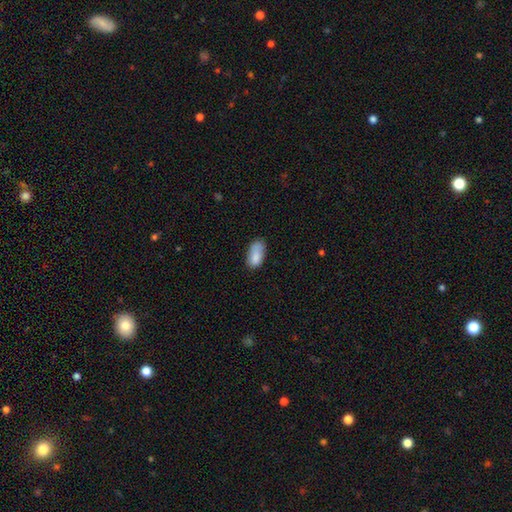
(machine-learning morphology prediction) The model was most divided on "merging": none: 56%, minor disturbance: 29%, major disturbance: 9%, merger: 6%. More confident: how rounded — in between (92%); smooth or featured — smooth (82%).